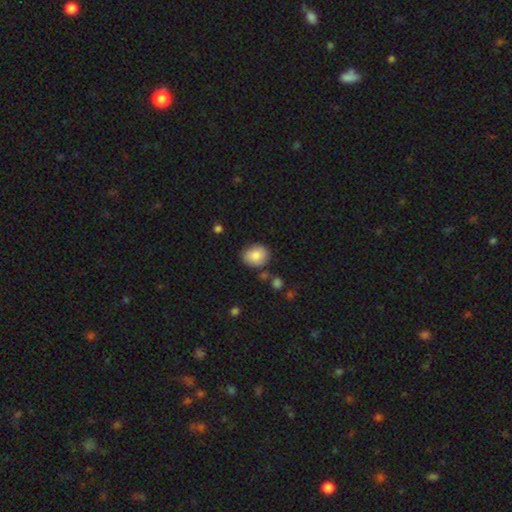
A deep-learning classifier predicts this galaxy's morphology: This is clearly a smooth galaxy (85%). How rounded: possibly round (58%). Merging: likely none (76%).